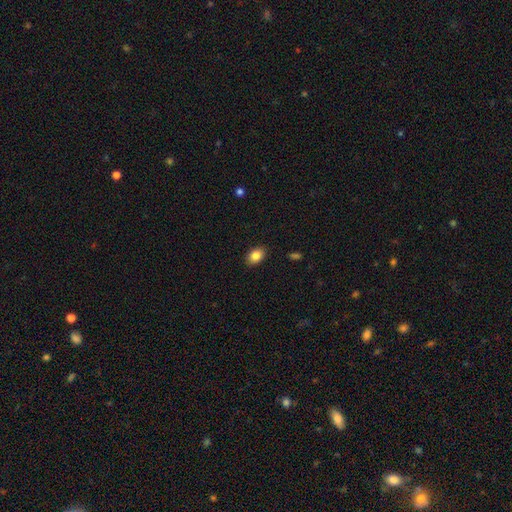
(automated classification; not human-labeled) A smooth galaxy with no disk features (84%) that is in between round and cigar-shaped (82%). Merging: none (88%).